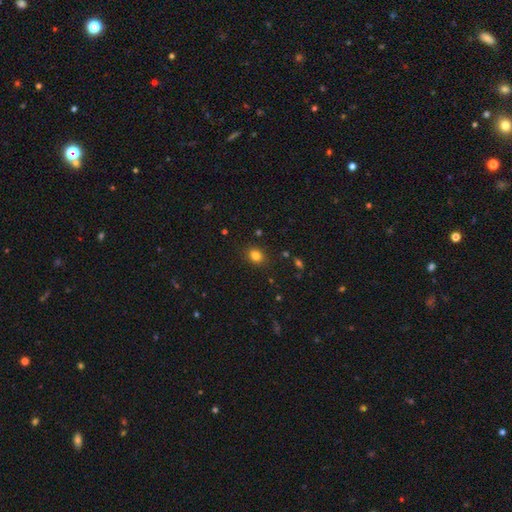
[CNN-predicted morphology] type=smooth (81%); roundness=round (51%); merging=none (86%).